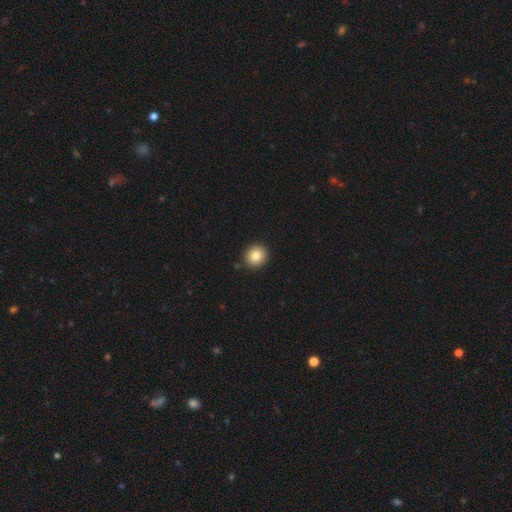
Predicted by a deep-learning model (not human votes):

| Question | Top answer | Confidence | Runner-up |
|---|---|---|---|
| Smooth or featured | smooth | 82% | star or artifact (10%) |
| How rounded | round | 91% | in between (8%) |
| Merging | none | 90% | minor disturbance (6%) |